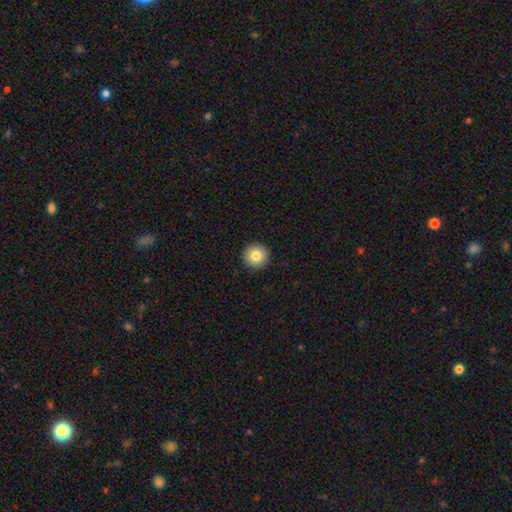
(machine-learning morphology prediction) Smooth or featured?
  - smooth: 82% *
  - star or artifact: 9%
  - featured or disk: 8%
How rounded?
  - round: 96% *
  - in between: 3%
  - cigar-shaped: 1%
Merging?
  - none: 93% *
  - minor disturbance: 4%
  - major disturbance: 1%
  - merger: 1%